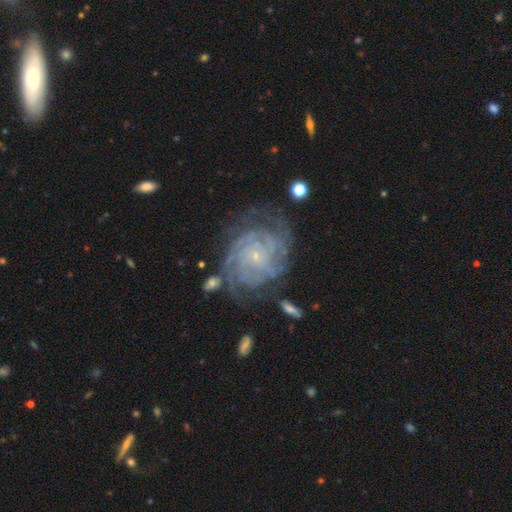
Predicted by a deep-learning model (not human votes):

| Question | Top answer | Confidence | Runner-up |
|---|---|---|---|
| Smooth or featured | featured or disk | 88% | smooth (6%) |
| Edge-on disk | no | 98% | yes (2%) |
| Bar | no | 76% | weak (19%) |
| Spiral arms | yes | 97% | no (3%) |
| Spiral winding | tight | 76% | medium (20%) |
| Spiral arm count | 4 | 27% | can't tell (26%) |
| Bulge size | small | 87% | moderate (8%) |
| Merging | none | 67% | minor disturbance (19%) |